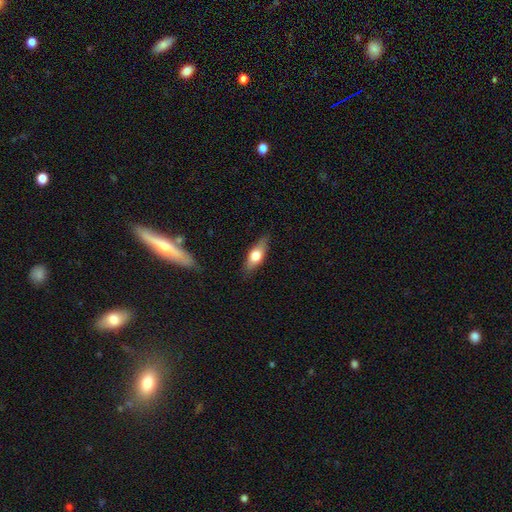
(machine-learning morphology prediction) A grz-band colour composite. It shows a smooth galaxy with no disk features (58%) that is in between round and cigar-shaped (63%). Merging: none (82%).